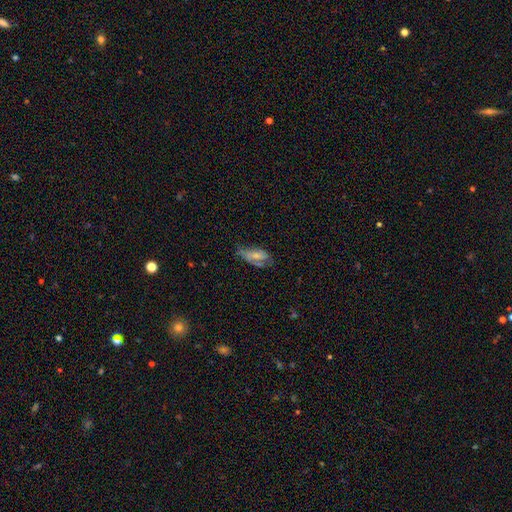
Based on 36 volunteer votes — Smooth or featured? 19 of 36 (53%) said featured or disk. Edge-on disk? 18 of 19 (95%) said no. Bar? 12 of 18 (67%) said no. Spiral arms? 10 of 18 (56%) said yes. Spiral winding? 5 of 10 (50%, tied with medium) said tight. Spiral arm count? 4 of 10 (40%) said can't tell. Bulge size? 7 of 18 (39%) said moderate. Merging? 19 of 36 (53%) said none.